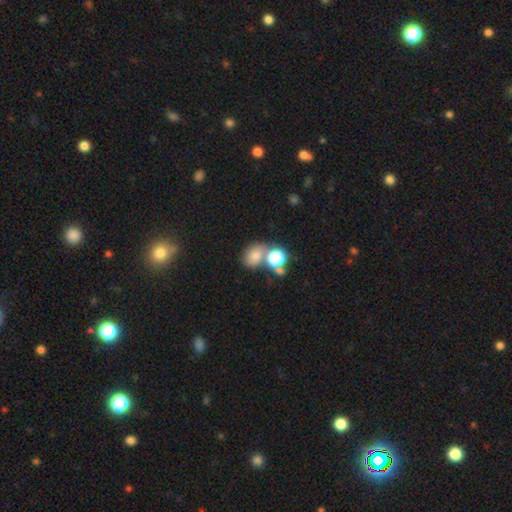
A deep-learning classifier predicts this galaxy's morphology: A smooth galaxy with no disk features (67%) that is in between round and cigar-shaped (50%).

Vote fractions:
- Smooth or featured? smooth: 67% / star or artifact: 19% / featured or disk: 14%
- How rounded? in between: 50% / round: 49% / cigar-shaped: 1%
- Merging? none: 46% / merger: 33% / minor disturbance: 14% / major disturbance: 7%